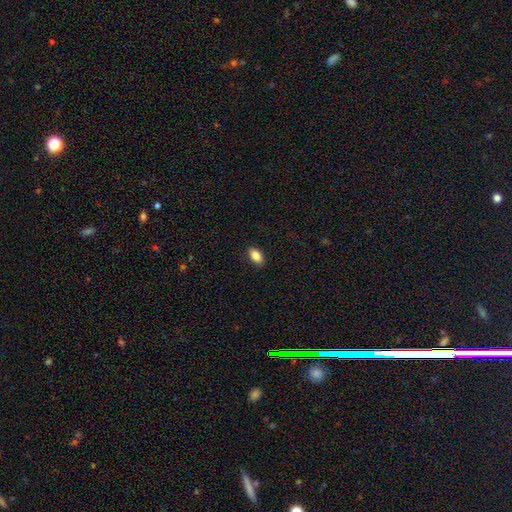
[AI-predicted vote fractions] Smooth or featured? smooth (86%)
How rounded? in between (92%)
Merging? none (89%)